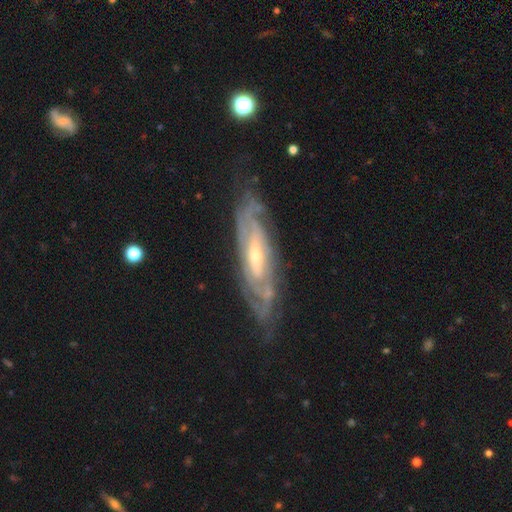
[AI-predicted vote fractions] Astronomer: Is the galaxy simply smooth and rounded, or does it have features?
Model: featured or disk — 86%.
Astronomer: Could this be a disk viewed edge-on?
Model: no — 81%.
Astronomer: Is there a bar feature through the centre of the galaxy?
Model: no — 42% (runner-up: weak, 38%).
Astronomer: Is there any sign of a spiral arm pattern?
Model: yes — 93%.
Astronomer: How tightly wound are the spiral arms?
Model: tight — 72%.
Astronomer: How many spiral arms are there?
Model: can't tell — 48%.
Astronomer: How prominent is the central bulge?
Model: small — 54% (runner-up: moderate, 41%).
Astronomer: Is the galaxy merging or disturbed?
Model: none — 74%.